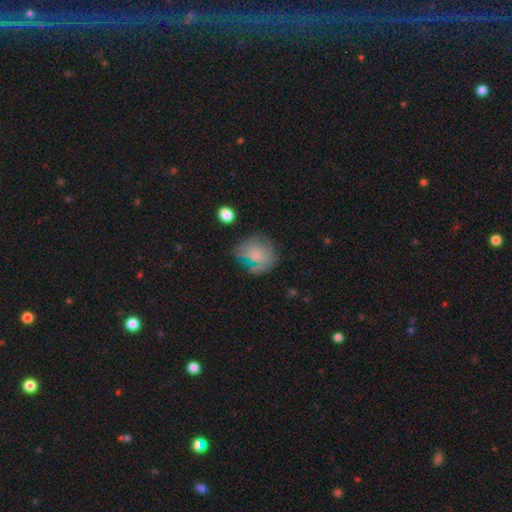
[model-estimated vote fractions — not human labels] A smooth galaxy with no disk features (61%) that is round (76%). Merging: none (56%).